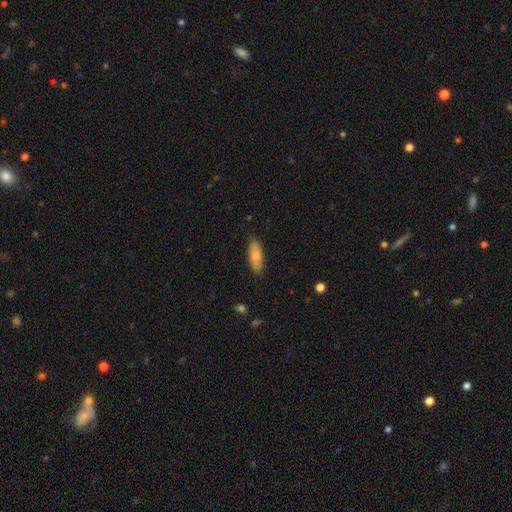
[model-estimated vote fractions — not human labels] smooth_or_featured: smooth (p=0.72) [alt: featured or disk p=0.22]
how_rounded: in between (p=0.71) [alt: cigar-shaped p=0.27]
merging: none (p=0.86) [alt: minor disturbance p=0.11]